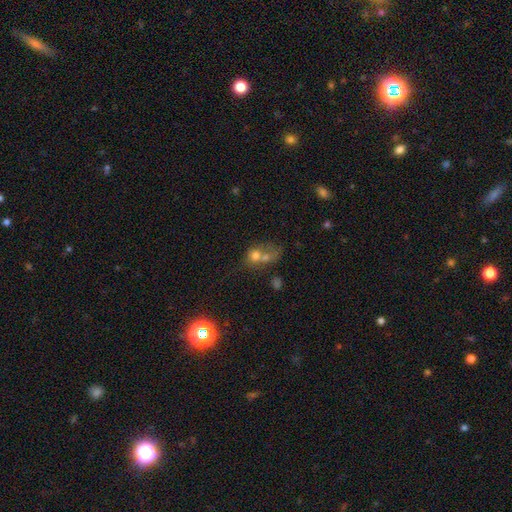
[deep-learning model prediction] Smooth or featured? Predicted: smooth (p=0.65). How rounded? Predicted: round (p=0.65). Merging? Predicted: merger (p=0.64).